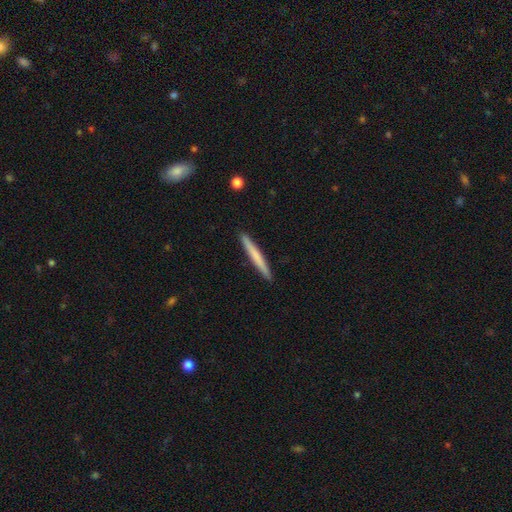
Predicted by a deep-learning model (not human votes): smooth 64%, featured or disk 31%, star or artifact 5%. Down the decision tree: how rounded — cigar-shaped (97%); merging — none (92%).